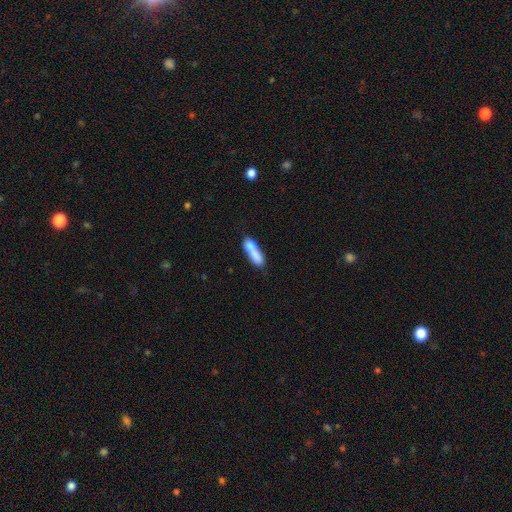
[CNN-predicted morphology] smooth-or-featured: smooth: 74% | featured or disk: 19% | star or artifact: 8%
  how-rounded: cigar-shaped: 61% | in between: 35% | round: 3%
  merging: merger: 37% (tied) | none: 37% (tied) | minor disturbance: 18% | major disturbance: 8%